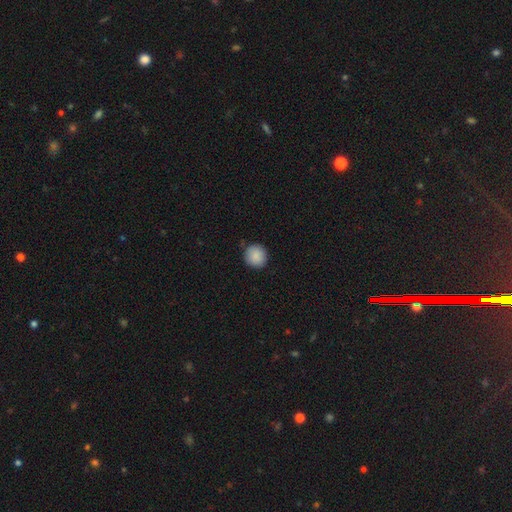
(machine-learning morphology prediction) Smooth or featured?
  - smooth: 89% *
  - star or artifact: 7%
  - featured or disk: 3%
How rounded?
  - round: 92% *
  - in between: 7%
  - cigar-shaped: 1%
Merging?
  - none: 87% *
  - minor disturbance: 9%
  - major disturbance: 2%
  - merger: 1%